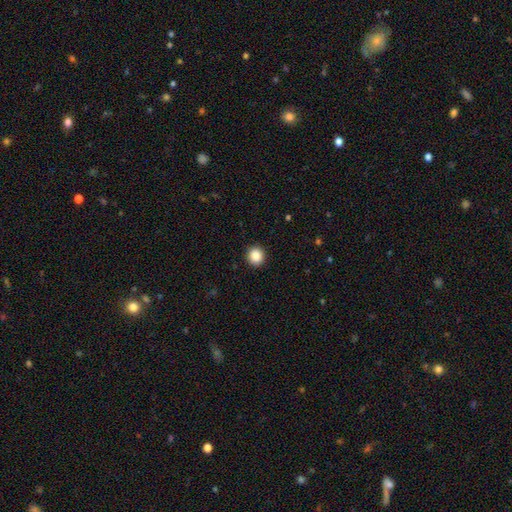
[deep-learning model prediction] This appears to be a smooth galaxy with no disk features (88%) that is round (92%). Merging: none (92%).